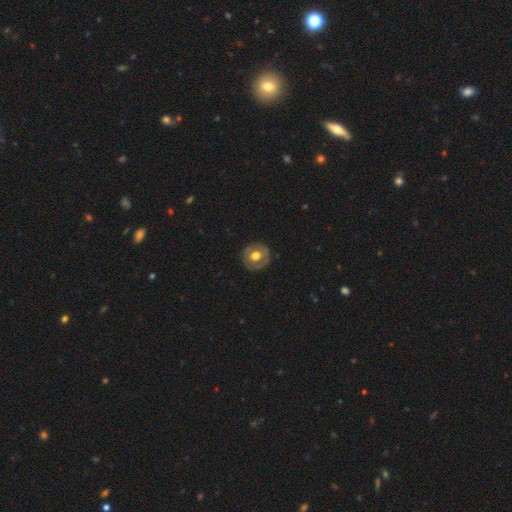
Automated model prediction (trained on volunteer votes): A smooth galaxy with no disk features (48%).

Vote fractions:
- Smooth or featured? smooth: 48% / featured or disk: 45% / star or artifact: 7%
- Merging? none: 85% / minor disturbance: 11% / major disturbance: 3% / merger: 1%